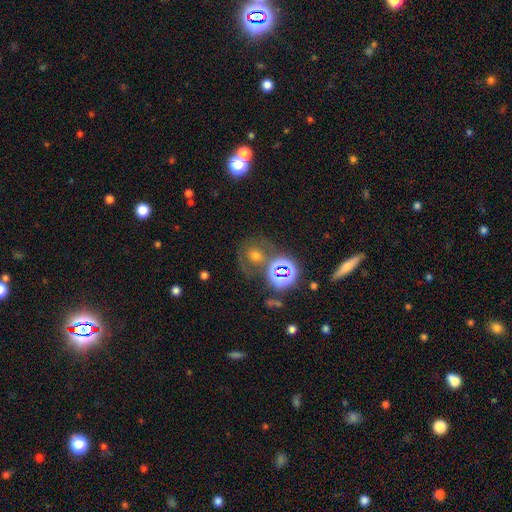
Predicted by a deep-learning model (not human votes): Q: Smooth or featured?
A: smooth (47%); runner-up: star or artifact (34%)
Q: Merging?
A: none (60%); runner-up: minor disturbance (15%)